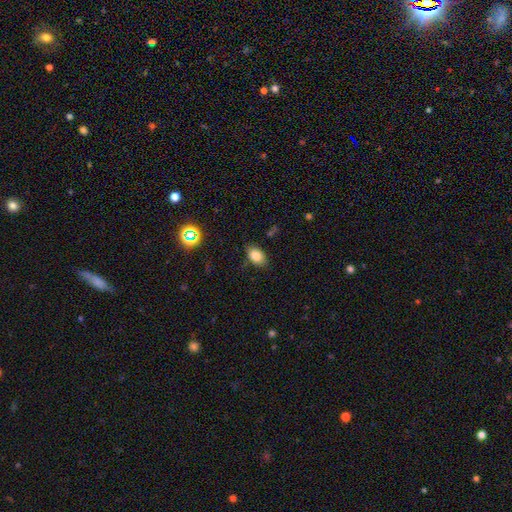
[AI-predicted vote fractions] Smooth or featured?
  - smooth: 82% *
  - star or artifact: 10%
  - featured or disk: 7%
How rounded?
  - in between: 83% *
  - round: 15%
  - cigar-shaped: 1%
Merging?
  - none: 79% *
  - minor disturbance: 15%
  - major disturbance: 3%
  - merger: 2%